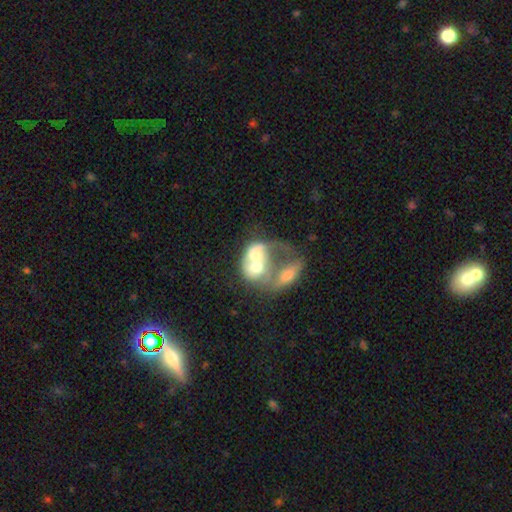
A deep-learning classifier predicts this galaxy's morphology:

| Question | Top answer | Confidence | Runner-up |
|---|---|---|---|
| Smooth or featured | featured or disk | 47% | smooth (45%) |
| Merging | merger | 79% | major disturbance (11%) |